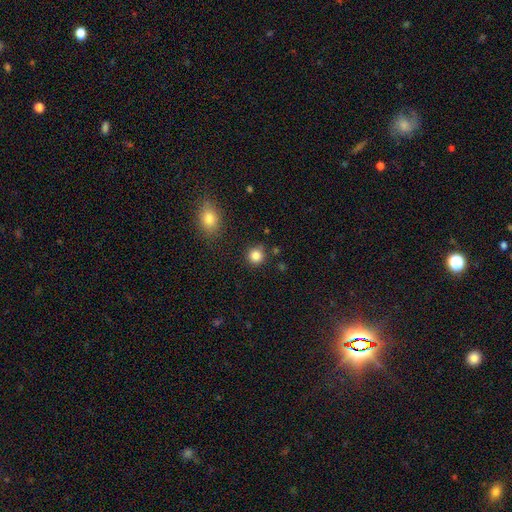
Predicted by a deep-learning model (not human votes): The model was most divided on "smooth or featured": smooth: 84%, star or artifact: 11%, featured or disk: 5%. More confident: how rounded — round (92%); merging — none (86%).